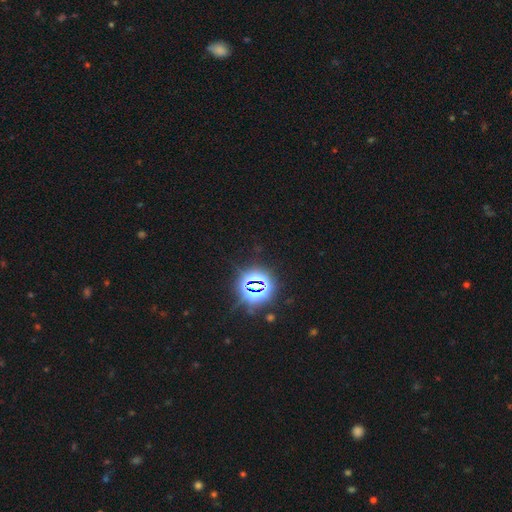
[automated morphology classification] smooth_or_featured: star or artifact (p=0.84) [alt: smooth p=0.10]